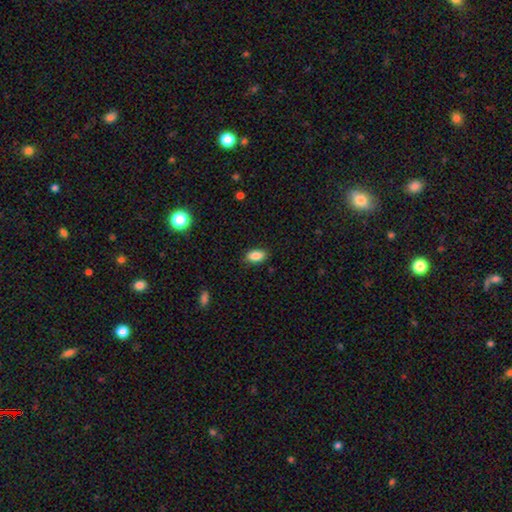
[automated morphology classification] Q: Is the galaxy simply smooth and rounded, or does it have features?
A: smooth — 88%.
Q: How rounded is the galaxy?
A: in between — 91%.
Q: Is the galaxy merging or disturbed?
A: none — 86%.